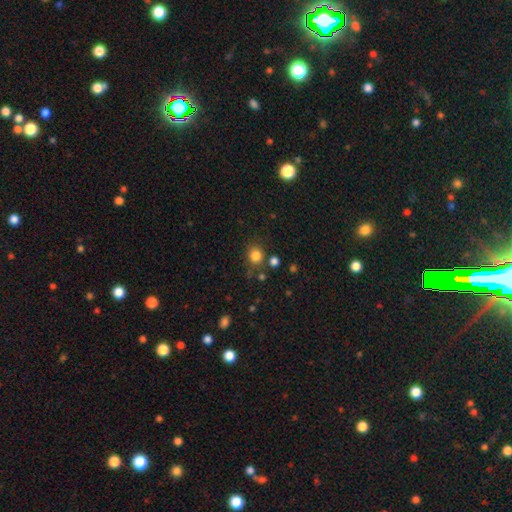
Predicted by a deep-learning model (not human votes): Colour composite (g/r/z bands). It shows a smooth galaxy with no disk features (82%) that is round (83%). Merging: none (77%).